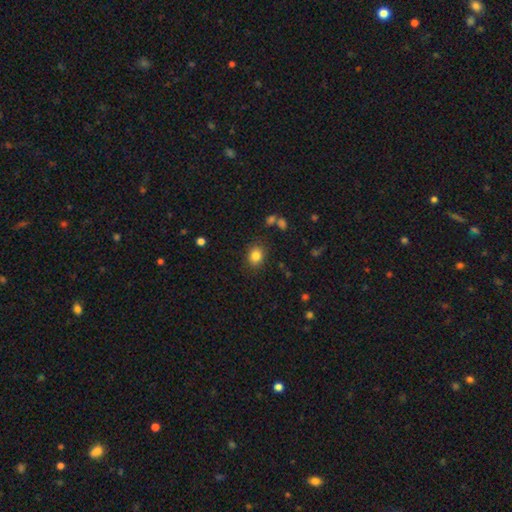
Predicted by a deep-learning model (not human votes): Smooth or featured: smooth — 84% (star or artifact — 10%)
How rounded: round — 54% (in between — 45%)
Merging: none — 84% (minor disturbance — 10%)